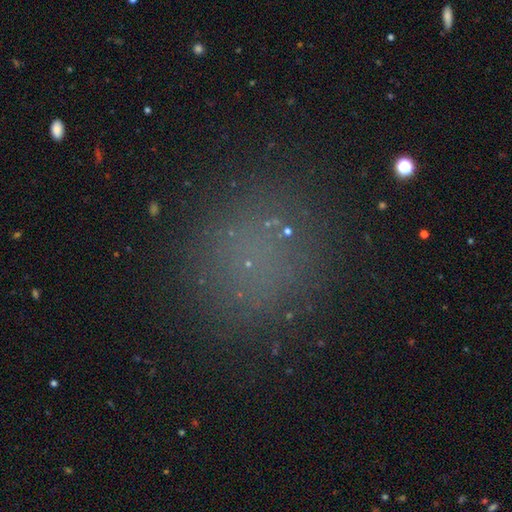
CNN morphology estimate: Smooth or featured?
  - smooth: 62% *
  - star or artifact: 29%
  - featured or disk: 9%
How rounded?
  - round: 91% *
  - in between: 8%
  - cigar-shaped: 1%
Merging?
  - none: 87% *
  - minor disturbance: 8%
  - major disturbance: 4%
  - merger: 2%